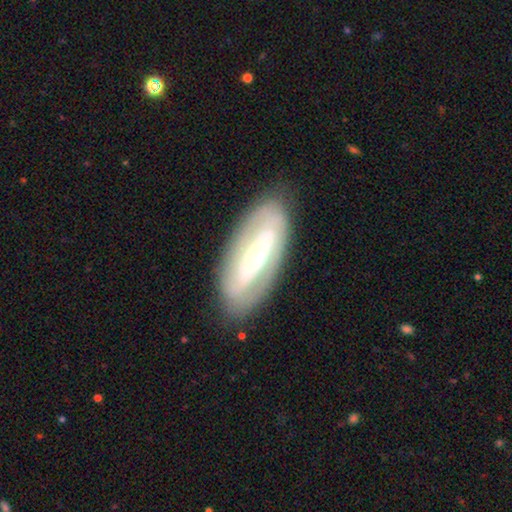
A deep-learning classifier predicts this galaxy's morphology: This is likely a featured or disk galaxy (72%). It is clearly not viewed edge-on (86%). Bar: possibly strong (47%). Spiral arm pattern: possibly yes (58%). Central bulge: possibly small (58%). Merging: clearly none (82%).